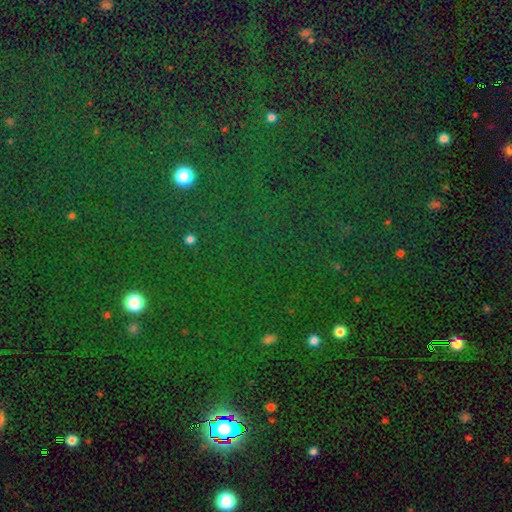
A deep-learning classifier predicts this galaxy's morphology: smooth-or-featured: star or artifact: 79% | smooth: 14% | featured or disk: 7%